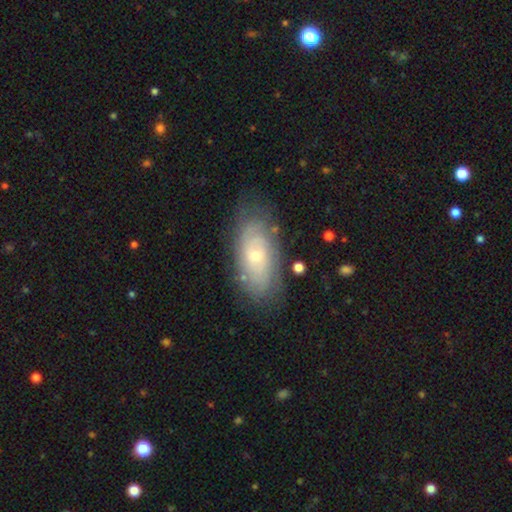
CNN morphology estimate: This is likely a featured or disk galaxy (66%). It is clearly not viewed edge-on (91%). Bar: clearly no (81%). Spiral arm pattern: likely yes (77%). Central bulge: likely small (63%). Merging: likely none (74%).